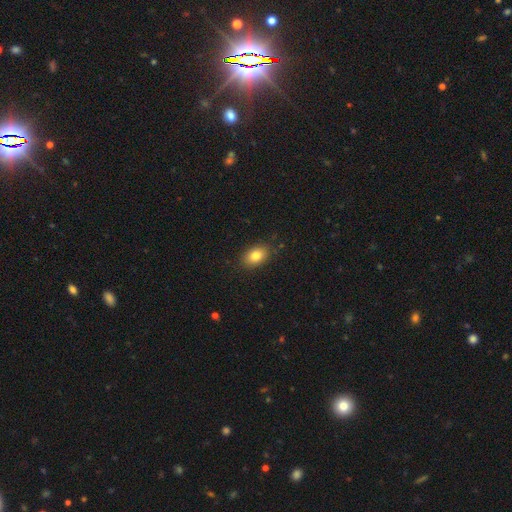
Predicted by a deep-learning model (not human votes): This is clearly a smooth galaxy (82%). How rounded: clearly in between (84%). Merging: clearly none (86%).